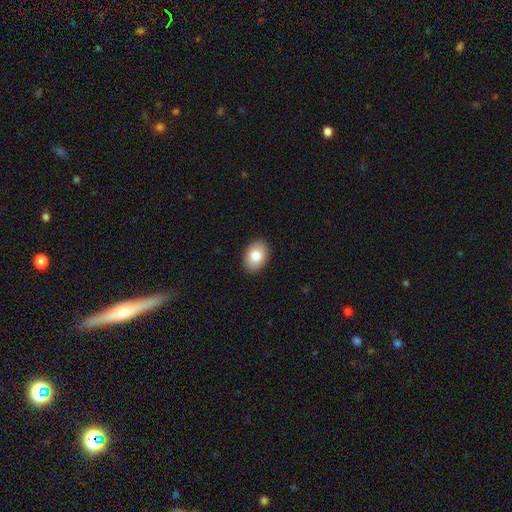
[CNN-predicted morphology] smooth 81%, featured or disk 11%, star or artifact 8%. Down the decision tree: how rounded — in between (80%); merging — none (90%).